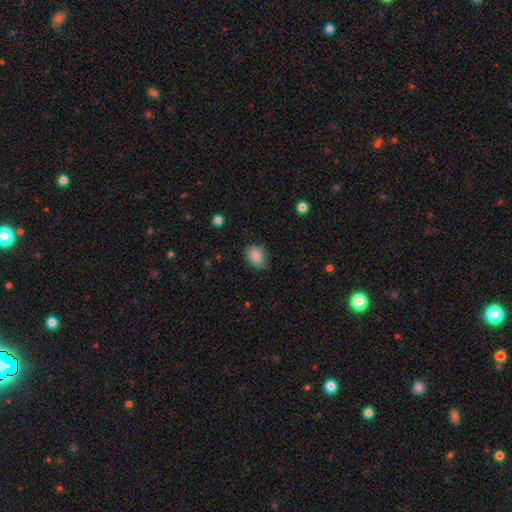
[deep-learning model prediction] A smooth galaxy with no disk features (86%) that is in between round and cigar-shaped (68%).

Vote fractions:
- Smooth or featured? smooth: 86% / star or artifact: 9% / featured or disk: 5%
- How rounded? in between: 68% / round: 31% / cigar-shaped: 1%
- Merging? none: 68% / minor disturbance: 26% / major disturbance: 4% / merger: 1%